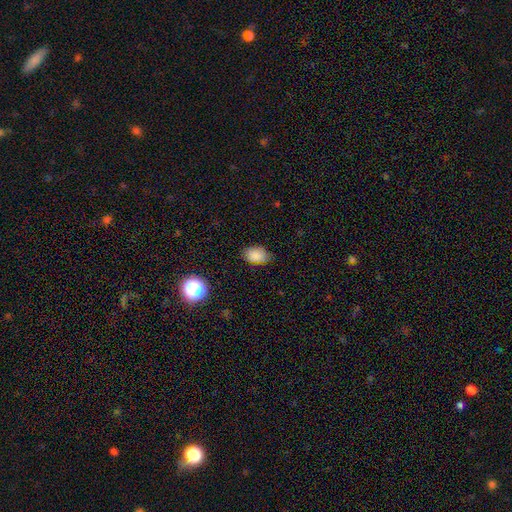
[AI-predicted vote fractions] Smooth or featured?
  - smooth: 85% *
  - star or artifact: 11%
  - featured or disk: 5%
How rounded?
  - in between: 80% *
  - round: 19%
  - cigar-shaped: 1%
Merging?
  - none: 80% *
  - minor disturbance: 16%
  - major disturbance: 3%
  - merger: 1%